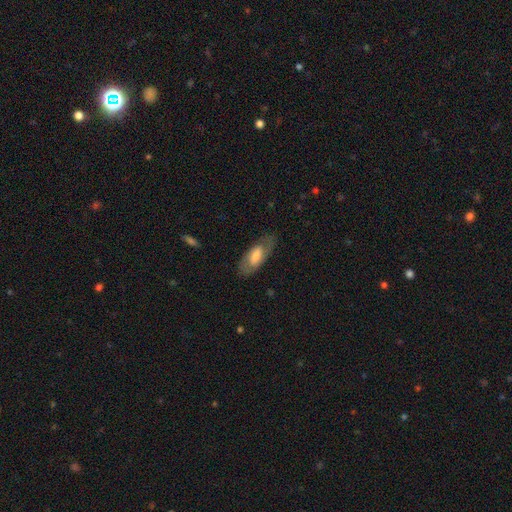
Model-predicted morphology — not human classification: Q: Smooth or featured?
A: featured or disk (48%); runner-up: smooth (46%)
Q: Merging?
A: none (73%); runner-up: minor disturbance (18%)